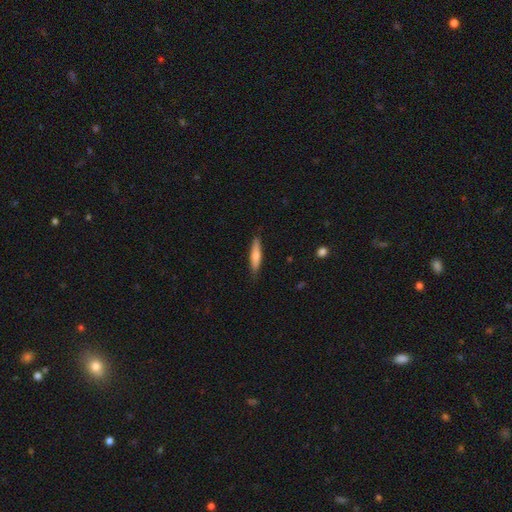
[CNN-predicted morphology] Smooth or featured: smooth — 64% (featured or disk — 30%)
How rounded: cigar-shaped — 85% (in between — 13%)
Merging: none — 87% (minor disturbance — 10%)